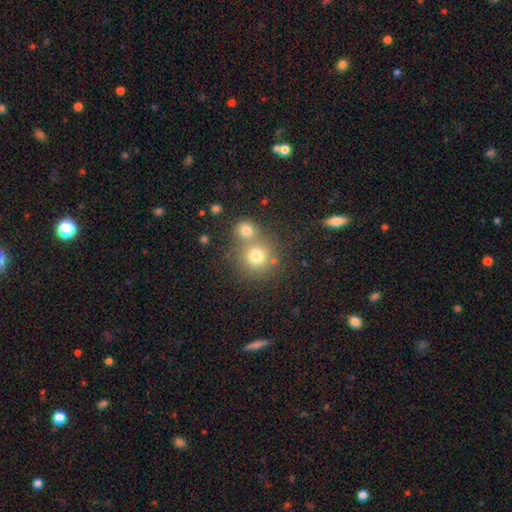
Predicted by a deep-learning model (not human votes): This appears to be a smooth galaxy with no disk features (75%) that is round (89%). Merging: none (50%).